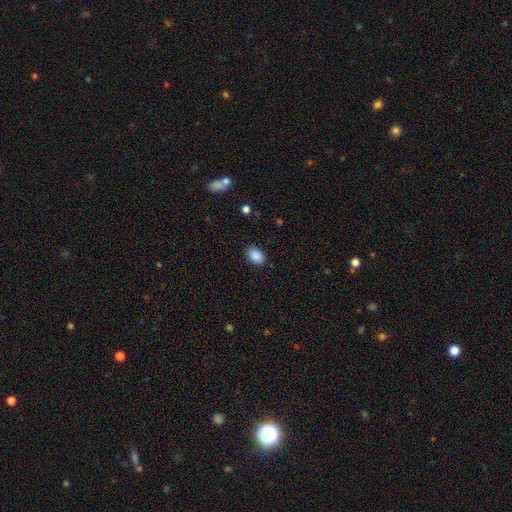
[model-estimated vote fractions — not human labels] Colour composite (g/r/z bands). It shows a smooth galaxy with no disk features (88%) that is in between round and cigar-shaped (80%). Merging: none (86%).